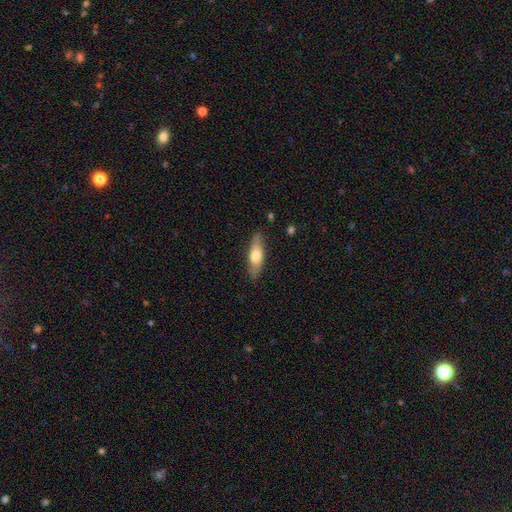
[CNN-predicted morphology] smooth 60%, featured or disk 35%, star or artifact 6%. Down the decision tree: how rounded — cigar-shaped (49%, tied with in between); merging — none (84%).